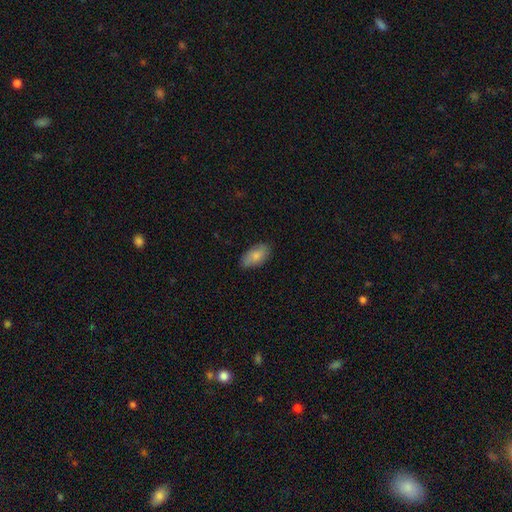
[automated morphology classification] Smooth or featured? smooth (80%)
How rounded? in between (93%)
Merging? none (79%)